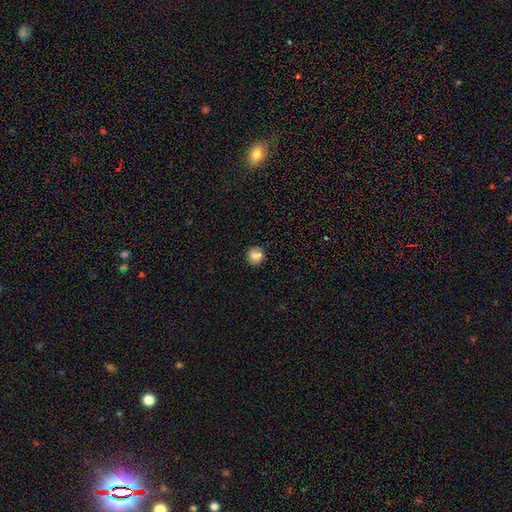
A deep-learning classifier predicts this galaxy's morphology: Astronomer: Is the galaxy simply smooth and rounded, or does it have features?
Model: smooth — 77%.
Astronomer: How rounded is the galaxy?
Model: round — 89%.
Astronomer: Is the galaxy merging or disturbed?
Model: none — 84%.